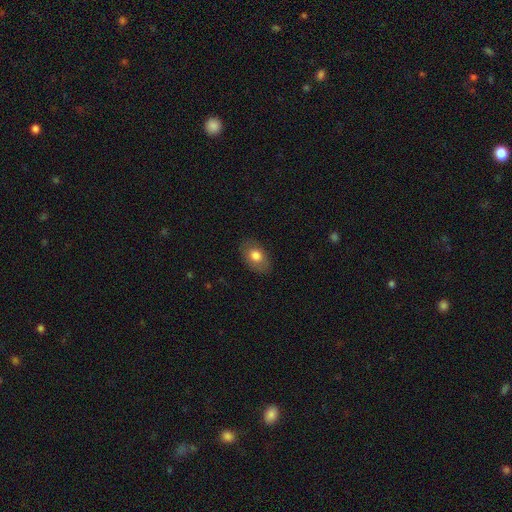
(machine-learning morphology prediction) smooth-or-featured: smooth: 76% | featured or disk: 17% | star or artifact: 7%
  how-rounded: in between: 85% | round: 14% | cigar-shaped: 1%
  merging: none: 82% | minor disturbance: 13% | major disturbance: 4% | merger: 1%